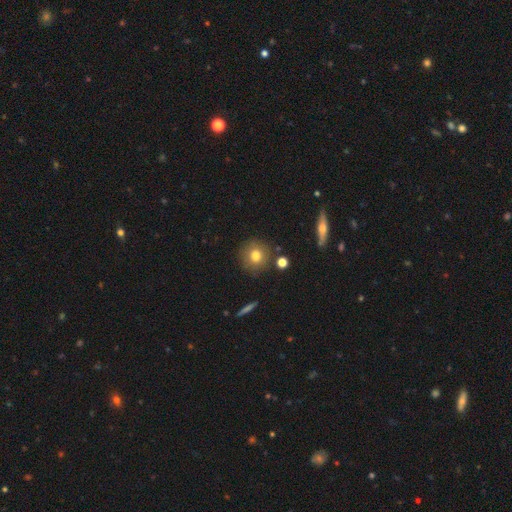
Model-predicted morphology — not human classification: This appears to be a smooth galaxy with no disk features (76%) that is round (92%). Merging: none (86%).